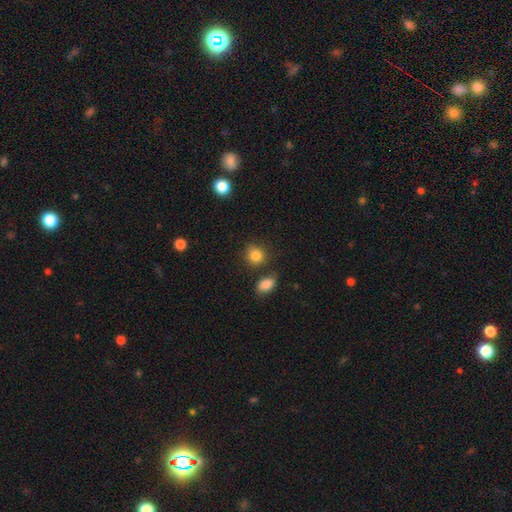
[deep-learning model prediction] Q: Smooth or featured?
A: smooth (85%); runner-up: star or artifact (10%)
Q: How rounded?
A: round (77%); runner-up: in between (21%)
Q: Merging?
A: none (75%); runner-up: minor disturbance (13%)